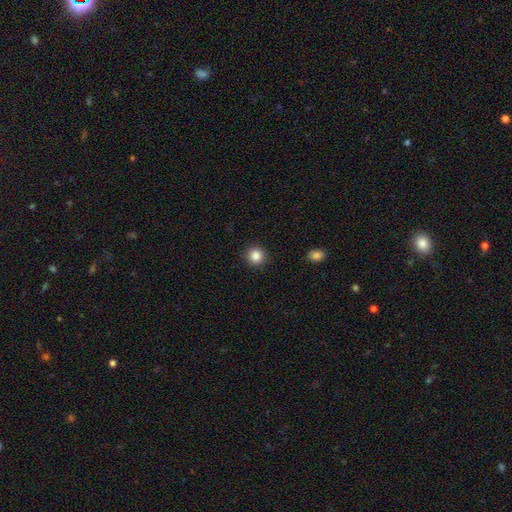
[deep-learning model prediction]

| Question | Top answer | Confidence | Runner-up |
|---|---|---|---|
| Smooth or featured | smooth | 87% | star or artifact (10%) |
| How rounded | round | 93% | in between (6%) |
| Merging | none | 92% | minor disturbance (5%) |